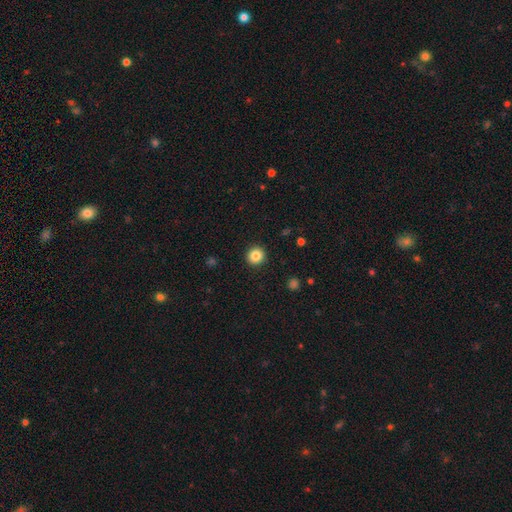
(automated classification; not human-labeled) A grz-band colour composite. It shows a smooth galaxy with no disk features (85%) that is round (93%). Merging: none (93%).